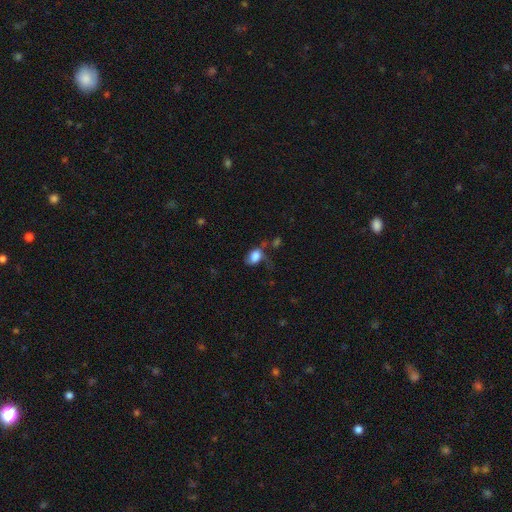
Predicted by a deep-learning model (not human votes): This appears to be a smooth galaxy with no disk features (74%) that is in between round and cigar-shaped (74%). Merging: none (33%).